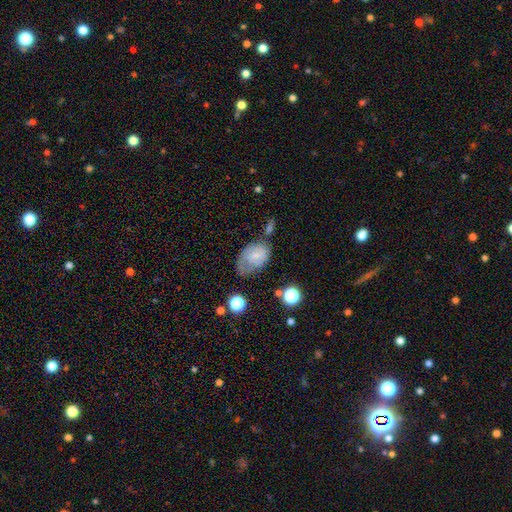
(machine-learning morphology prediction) A smooth galaxy with no disk features (52%) that is in between round and cigar-shaped (83%).

Vote fractions:
- Smooth or featured? smooth: 52% / featured or disk: 38% / star or artifact: 10%
- How rounded? in between: 83% / round: 16% / cigar-shaped: 1%
- Merging? none: 39% / minor disturbance: 33% / major disturbance: 19% / merger: 8%